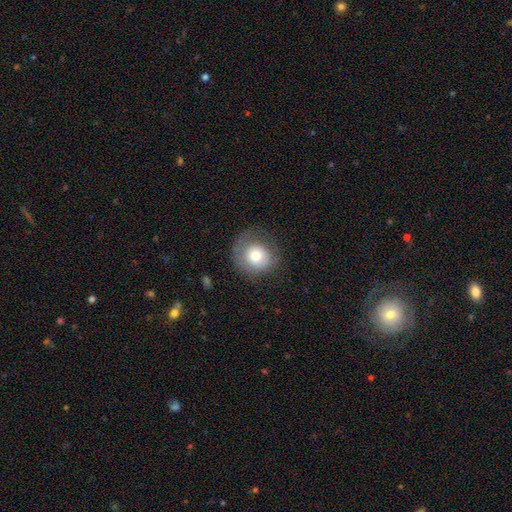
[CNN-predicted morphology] Overall: smooth (71%). How rounded: round (86%). Merging: none (60%; minor disturbance 23%).